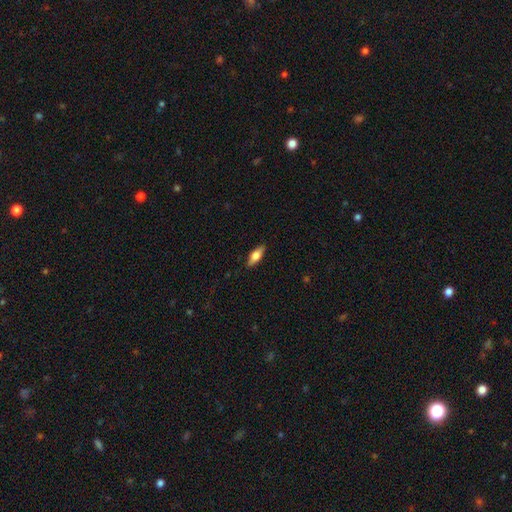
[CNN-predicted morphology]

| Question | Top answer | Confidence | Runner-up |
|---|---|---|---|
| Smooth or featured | smooth | 64% | featured or disk (29%) |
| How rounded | in between | 67% | cigar-shaped (30%) |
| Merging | none | 87% | minor disturbance (10%) |